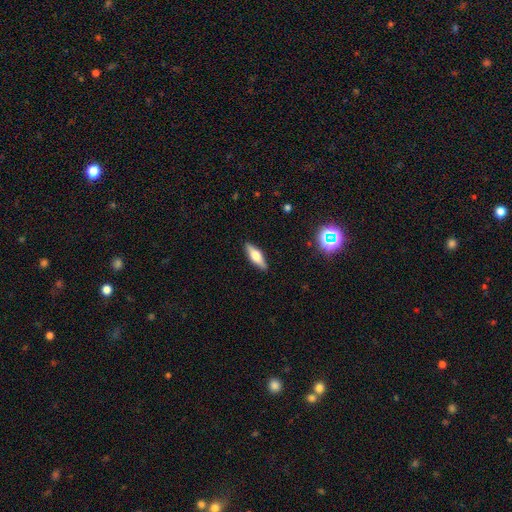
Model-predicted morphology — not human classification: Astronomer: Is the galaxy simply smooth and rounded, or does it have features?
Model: featured or disk — 47% (runner-up: smooth, 46%).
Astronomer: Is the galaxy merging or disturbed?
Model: none — 89%.